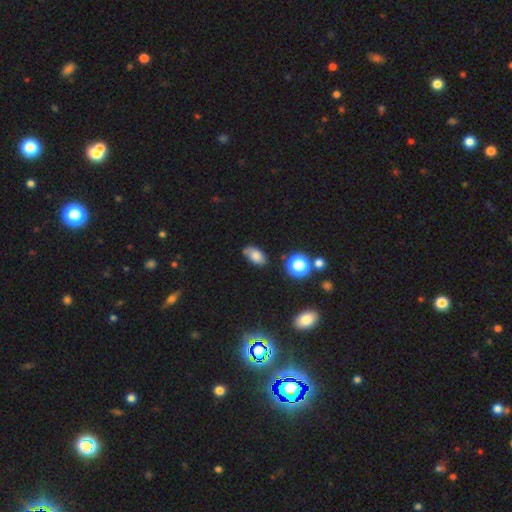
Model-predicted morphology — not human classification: Smooth or featured? Predicted: smooth (p=0.74). How rounded? Predicted: in between (p=0.89). Merging? Predicted: none (p=0.66).